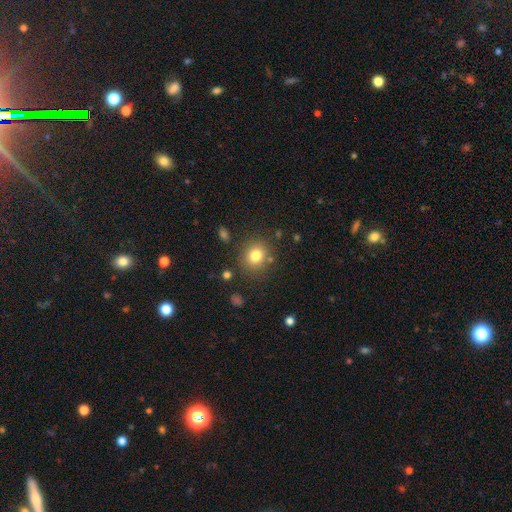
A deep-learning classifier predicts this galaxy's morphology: Overall: smooth (79%). How rounded: round (79%). Merging: none (82%).